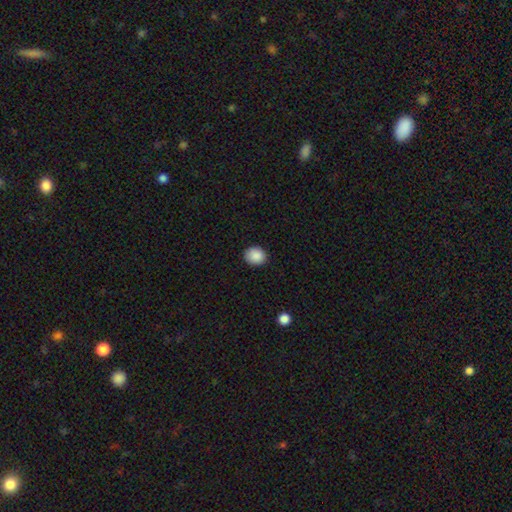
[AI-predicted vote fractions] smooth 89%, star or artifact 8%, featured or disk 3%. Down the decision tree: how rounded — round (66%); merging — none (88%).